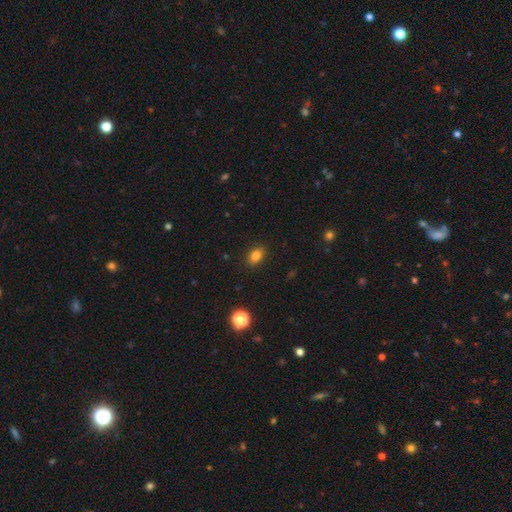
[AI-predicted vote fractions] The model was most divided on "how rounded": in between: 75%, round: 24%, cigar-shaped: 1%. More confident: merging — none (88%); smooth or featured — smooth (82%).